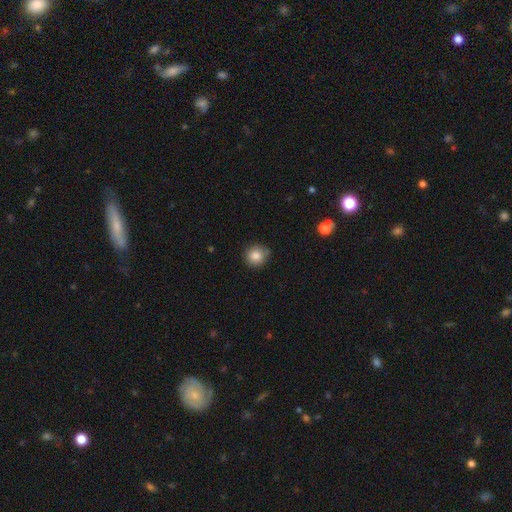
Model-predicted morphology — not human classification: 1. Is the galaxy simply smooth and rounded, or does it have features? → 84% smooth, 10% star or artifact, 6% featured or disk.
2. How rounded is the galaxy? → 90% round, 9% in between, 1% cigar-shaped.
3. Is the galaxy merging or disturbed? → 80% none, 15% minor disturbance, 3% merger, 3% major disturbance.